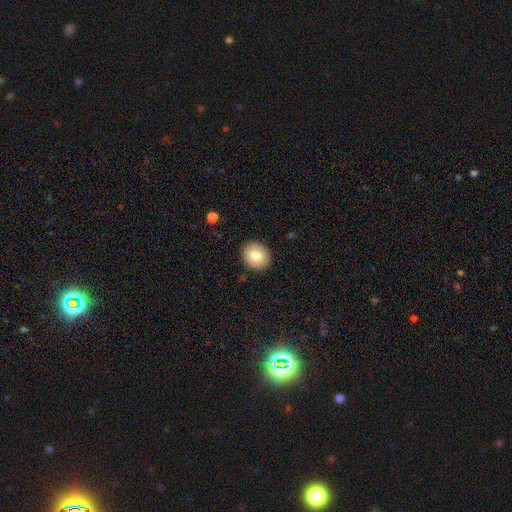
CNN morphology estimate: This appears to be a smooth galaxy with no disk features (79%) that is round (76%). Merging: none (90%).